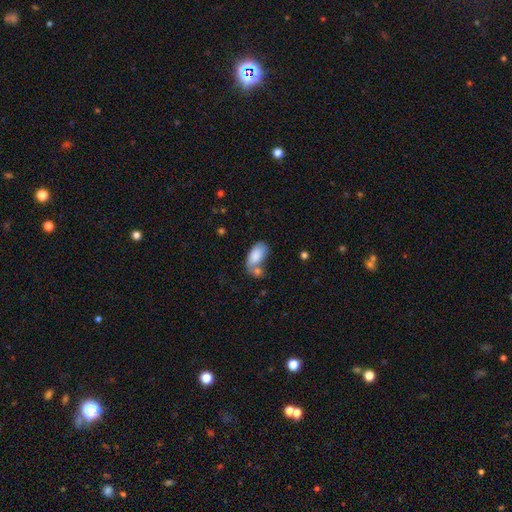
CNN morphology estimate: Q: Smooth or featured?
A: smooth (82%); runner-up: featured or disk (11%)
Q: How rounded?
A: in between (93%); runner-up: round (4%)
Q: Merging?
A: merger (41%); runner-up: none (33%)